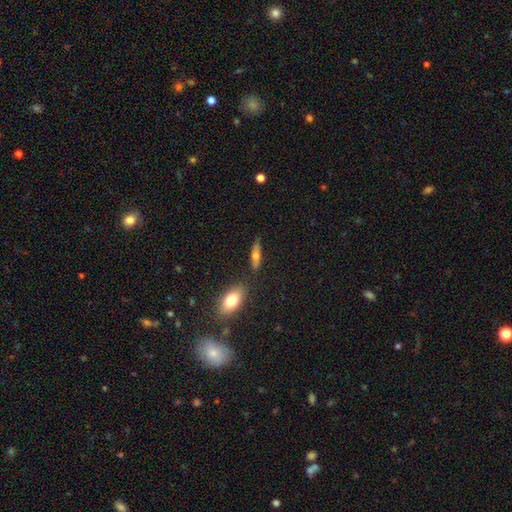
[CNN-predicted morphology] This is possibly a smooth galaxy (53%). How rounded: likely cigar-shaped (61%). Merging: likely none (79%).